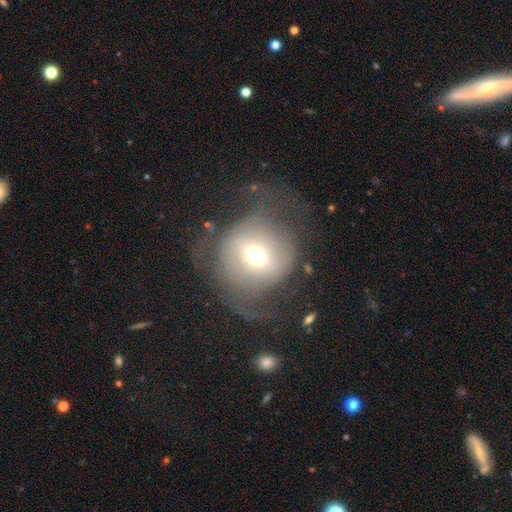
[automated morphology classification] Smooth or featured? Predicted: featured or disk (p=0.48). Merging? Predicted: none (p=0.44).